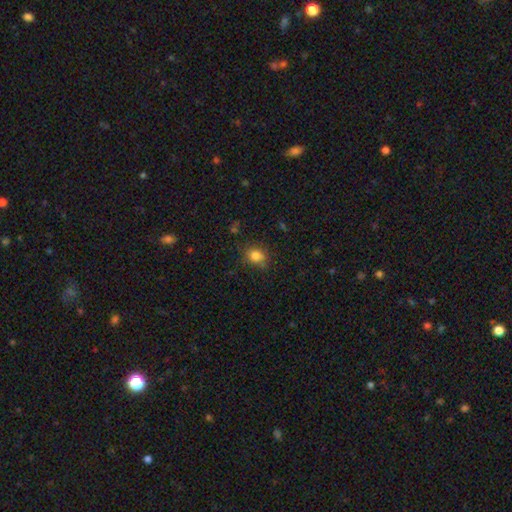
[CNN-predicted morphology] Smooth or featured? Predicted: smooth (p=0.82). How rounded? Predicted: round (p=0.54). Merging? Predicted: none (p=0.74).